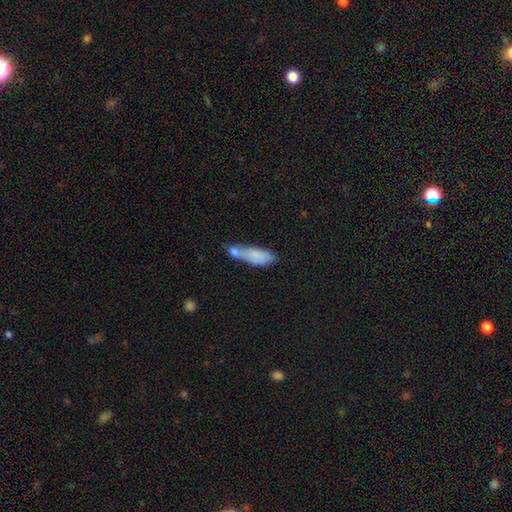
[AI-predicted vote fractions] Smooth or featured? smooth (74%)
How rounded? in between (54%)
Merging? merger (41%)